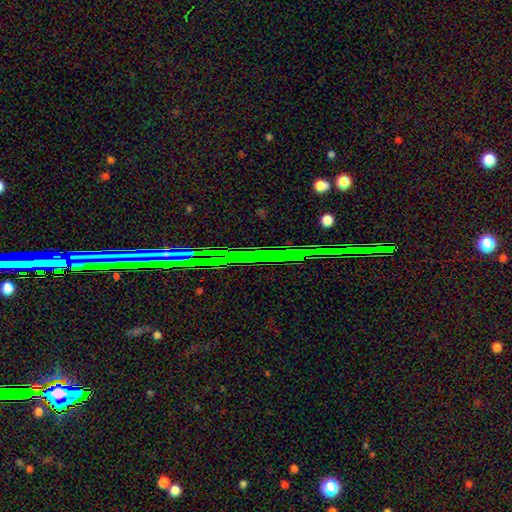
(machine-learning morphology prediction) Overall: star or artifact (77%).